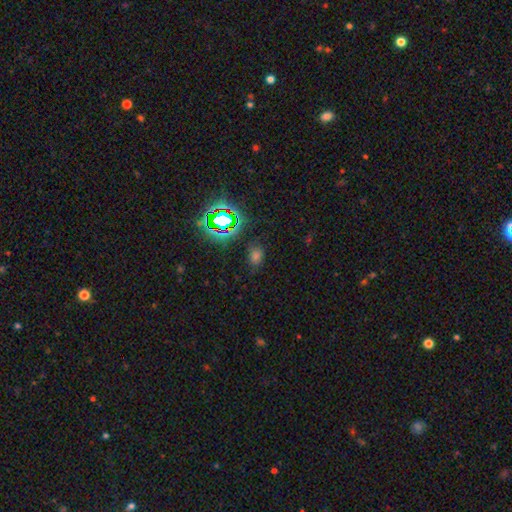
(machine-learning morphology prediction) smooth-or-featured: smooth: 46% (tied) | star or artifact: 46% (tied) | featured or disk: 7%
  merging: none: 82% | minor disturbance: 12% | major disturbance: 4% | merger: 3%